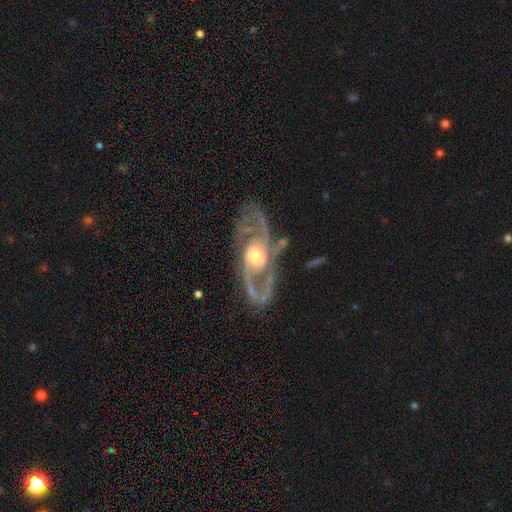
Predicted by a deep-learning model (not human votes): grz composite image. It shows a featured or disk galaxy (90%) with no bar (56%), 2 (70%) medium (53%) spiral arms (95%) and a moderate central bulge (62%). Merging: none (65%).